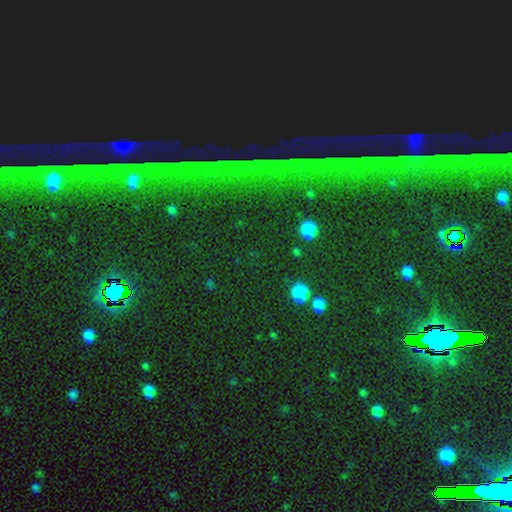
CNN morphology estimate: Smooth or featured? star or artifact (81%)